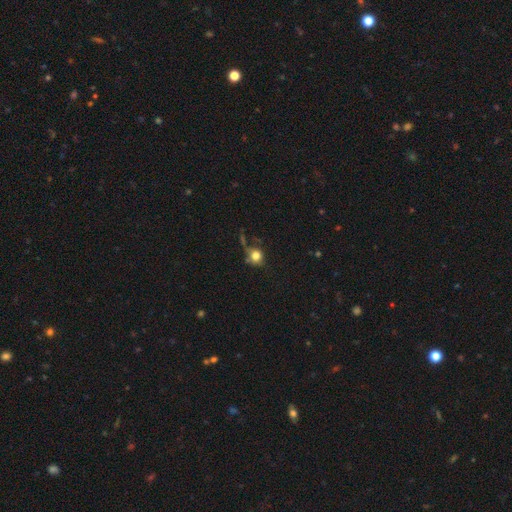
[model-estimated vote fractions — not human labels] A smooth galaxy with no disk features (77%) that is round (79%). Merging: none (51%).